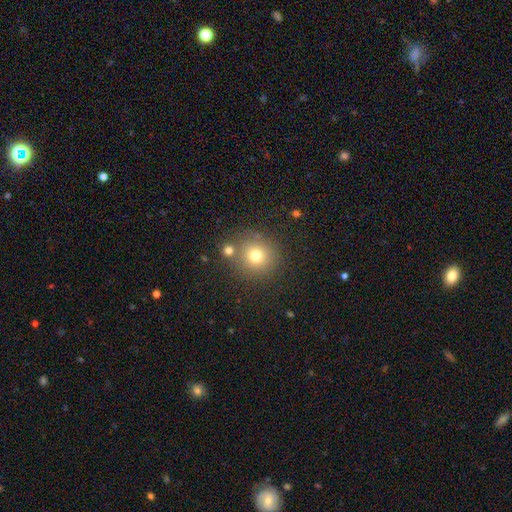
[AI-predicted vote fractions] Morphology: type=smooth (73%); roundness=round (92%); merging=none (74%).